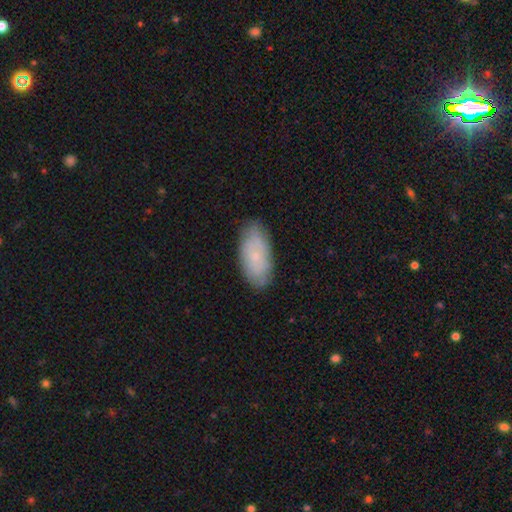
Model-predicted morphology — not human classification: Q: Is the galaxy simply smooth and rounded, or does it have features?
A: smooth — 68%.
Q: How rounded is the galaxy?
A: in between — 92%.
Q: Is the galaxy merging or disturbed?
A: none — 80%.